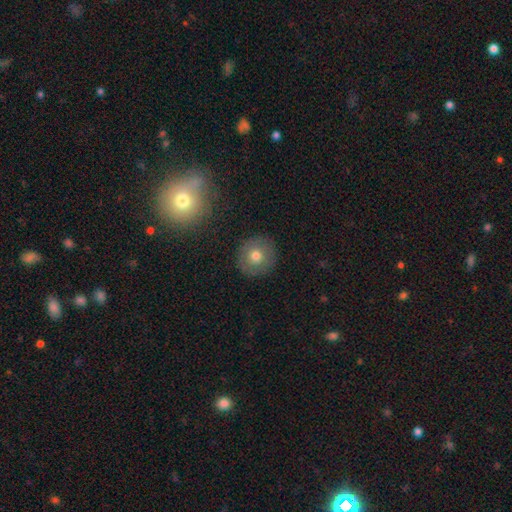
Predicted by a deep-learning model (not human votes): Overall: smooth (71%). How rounded: round (92%). Merging: none (89%).